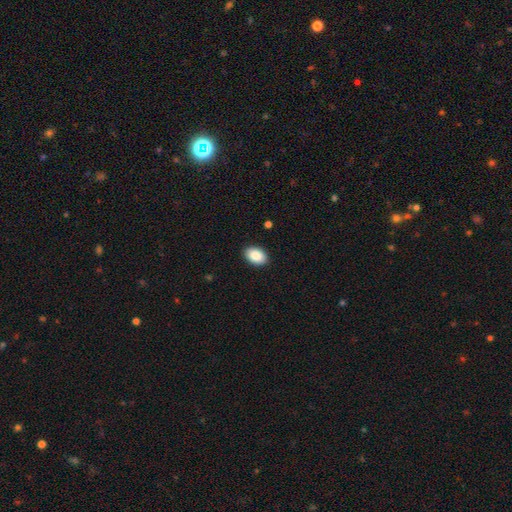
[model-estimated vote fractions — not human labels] The model was most divided on "how rounded": in between: 87%, round: 12%, cigar-shaped: 1%. More confident: merging — none (90%); smooth or featured — smooth (88%).